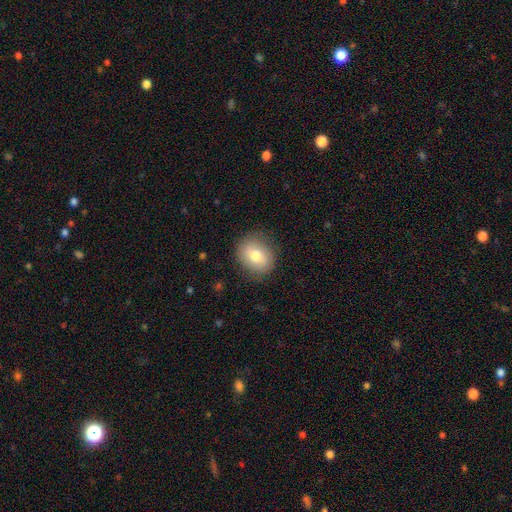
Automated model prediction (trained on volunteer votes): This appears to be a smooth galaxy with no disk features (75%) that is round (58%). Merging: none (83%).